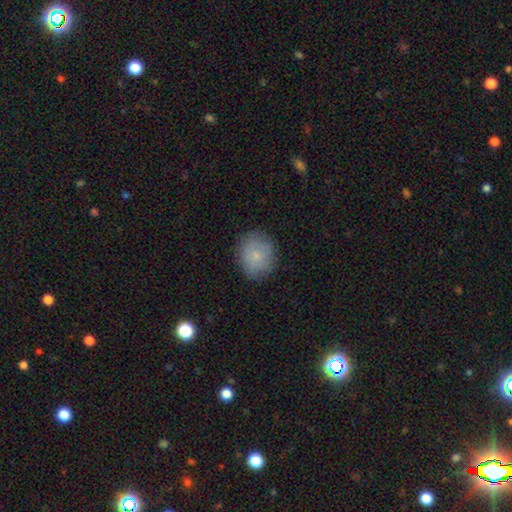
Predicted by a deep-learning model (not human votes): Smooth or featured?
  - smooth: 76% *
  - featured or disk: 16%
  - star or artifact: 8%
How rounded?
  - round: 77% *
  - in between: 22%
  - cigar-shaped: 1%
Merging?
  - none: 83% *
  - minor disturbance: 13%
  - major disturbance: 3%
  - merger: 1%